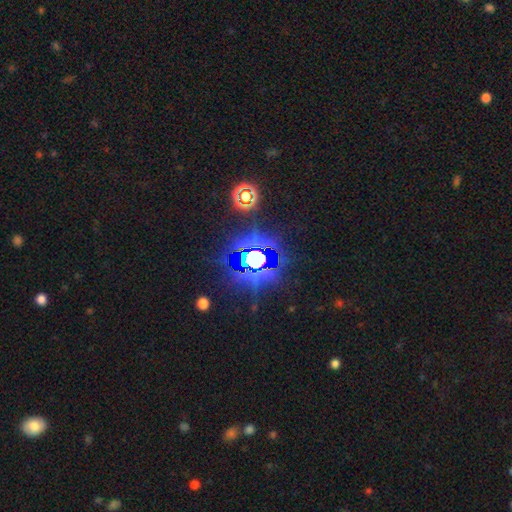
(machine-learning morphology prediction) smooth-or-featured: star or artifact: 79% | smooth: 10% | featured or disk: 10%